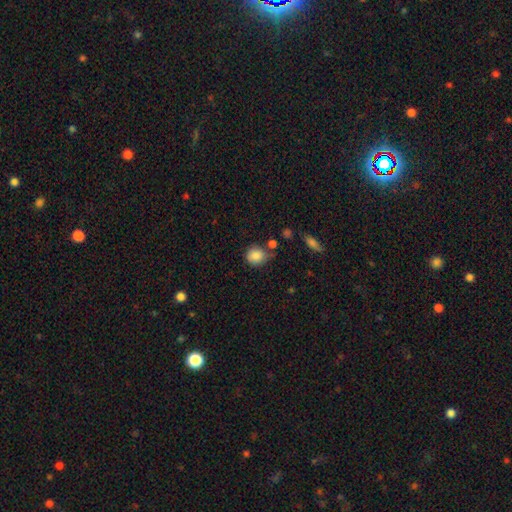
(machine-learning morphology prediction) smooth 86%, star or artifact 9%, featured or disk 5%. Down the decision tree: how rounded — round (77%); merging — none (60%).